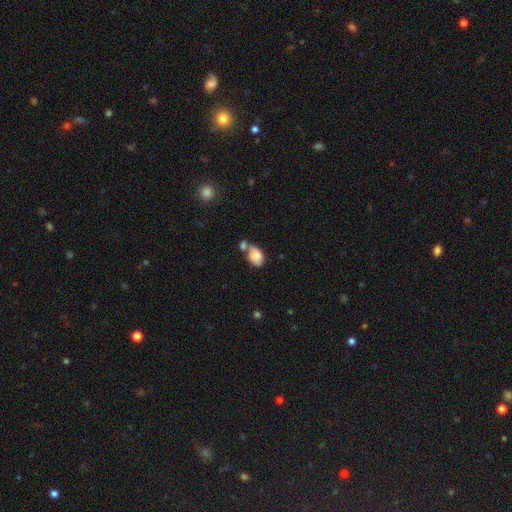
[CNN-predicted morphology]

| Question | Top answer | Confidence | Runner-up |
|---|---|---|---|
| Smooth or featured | smooth | 76% | featured or disk (16%) |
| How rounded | in between | 84% | round (15%) |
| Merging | merger | 44% | none (28%) |